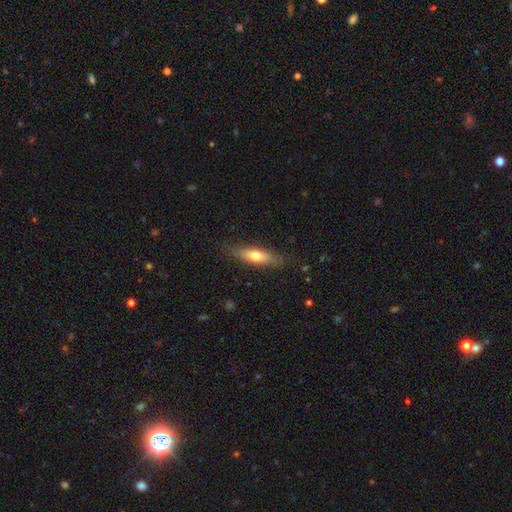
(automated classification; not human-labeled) The model was most divided on "smooth or featured": smooth: 60%, featured or disk: 34%, star or artifact: 6%. More confident: merging — none (82%); how rounded — cigar-shaped (62%).